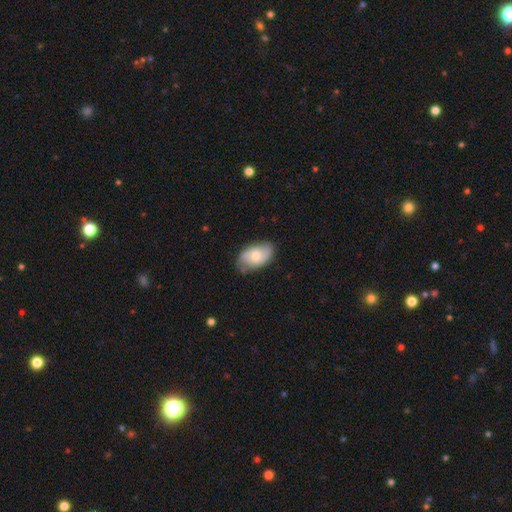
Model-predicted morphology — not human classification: Overall: smooth (53%; featured or disk 41%). How rounded: in between (92%). Merging: none (69%).